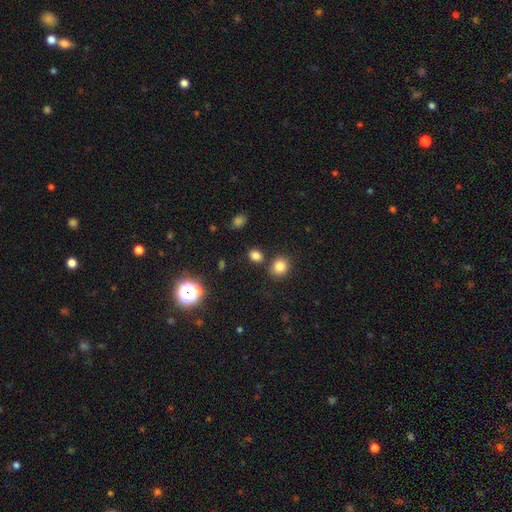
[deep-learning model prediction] smooth-or-featured: smooth: 79% | star or artifact: 16% | featured or disk: 5%
  how-rounded: round: 62% | in between: 37% | cigar-shaped: 1%
  merging: none: 78% | merger: 10% | minor disturbance: 9% | major disturbance: 3%